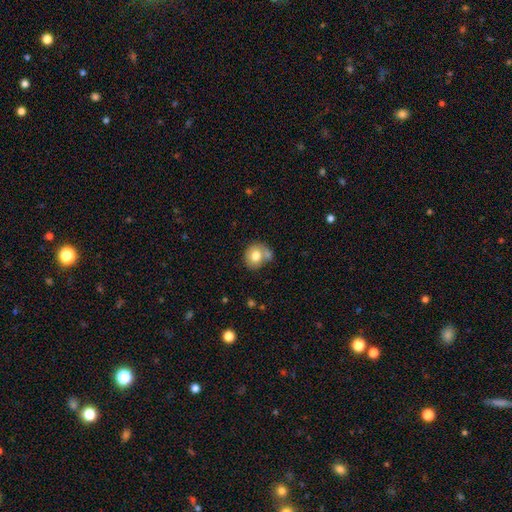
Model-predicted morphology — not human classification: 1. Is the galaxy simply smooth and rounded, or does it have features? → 75% smooth, 16% featured or disk, 9% star or artifact.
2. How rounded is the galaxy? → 74% round, 25% in between, 1% cigar-shaped.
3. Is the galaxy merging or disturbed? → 47% none, 30% merger, 17% minor disturbance, 7% major disturbance.